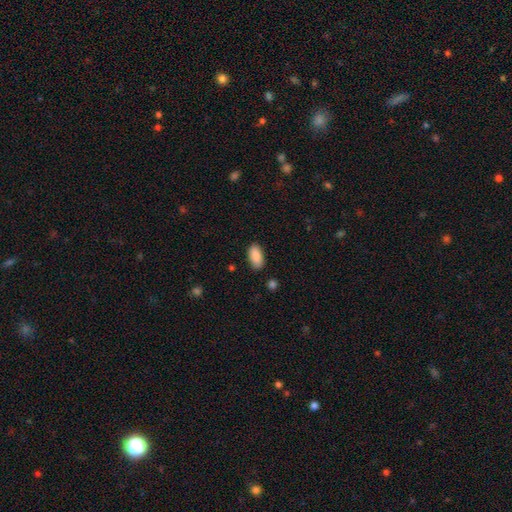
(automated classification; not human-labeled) smooth_or_featured: smooth (p=0.90) [alt: star or artifact p=0.07]
how_rounded: in between (p=0.92) [alt: cigar-shaped p=0.05]
merging: none (p=0.86) [alt: minor disturbance p=0.11]